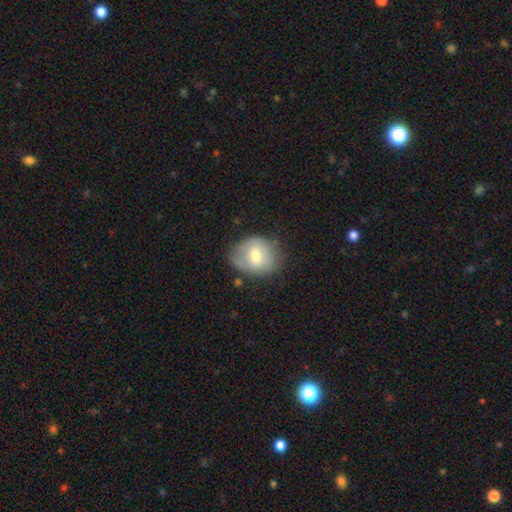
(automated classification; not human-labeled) This appears to be a smooth galaxy with no disk features (62%) that is round (56%). Merging: none (60%).